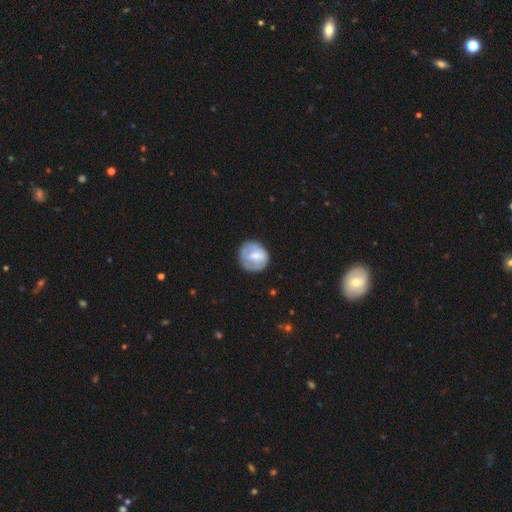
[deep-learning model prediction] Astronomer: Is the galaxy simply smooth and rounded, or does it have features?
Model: smooth — 55% (runner-up: featured or disk, 39%).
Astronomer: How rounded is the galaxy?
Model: round — 82%.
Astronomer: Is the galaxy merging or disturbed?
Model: none — 72%.